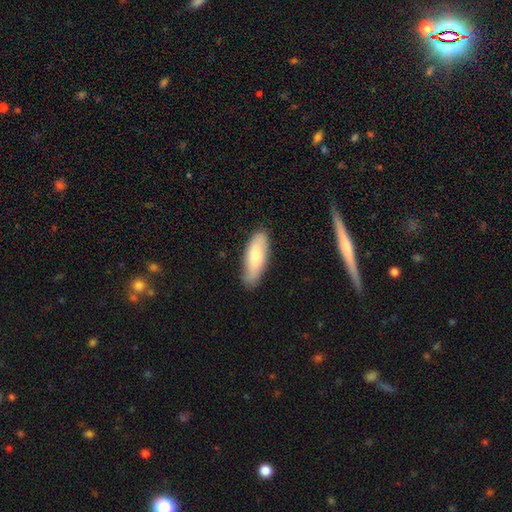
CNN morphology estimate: A smooth galaxy with no disk features (67%) that is in between round and cigar-shaped (70%). Merging: none (79%).